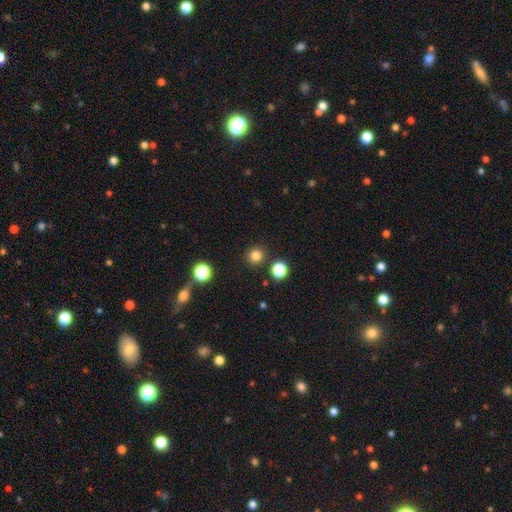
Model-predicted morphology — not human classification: smooth-or-featured: smooth: 81% | star or artifact: 15% | featured or disk: 4%
  how-rounded: round: 94% | in between: 5% | cigar-shaped: 1%
  merging: none: 90% | minor disturbance: 5% | merger: 3% | major disturbance: 2%